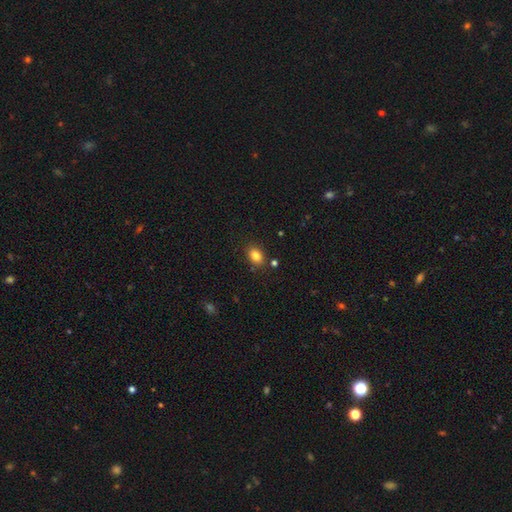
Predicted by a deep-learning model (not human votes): Smooth or featured? smooth (83%)
How rounded? in between (76%)
Merging? none (82%)